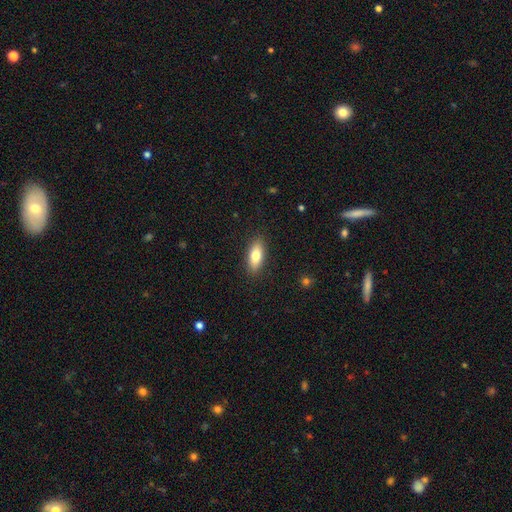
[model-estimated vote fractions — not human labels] smooth_or_featured: smooth (p=0.77) [alt: featured or disk p=0.16]
how_rounded: in between (p=0.77) [alt: cigar-shaped p=0.20]
merging: none (p=0.88) [alt: minor disturbance p=0.09]